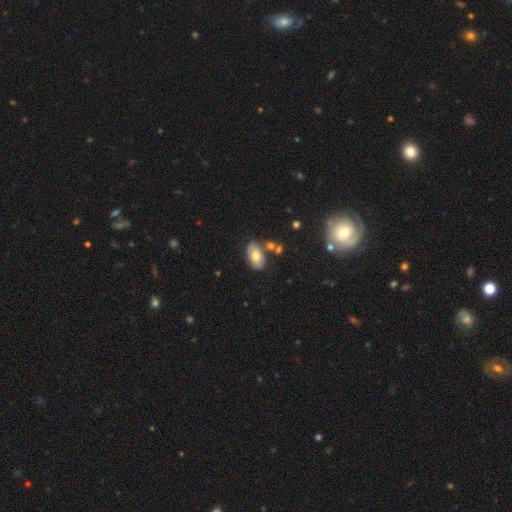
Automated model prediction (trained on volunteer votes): Smooth or featured? Predicted: smooth (p=0.72). How rounded? Predicted: in between (p=0.92). Merging? Predicted: none (p=0.69).